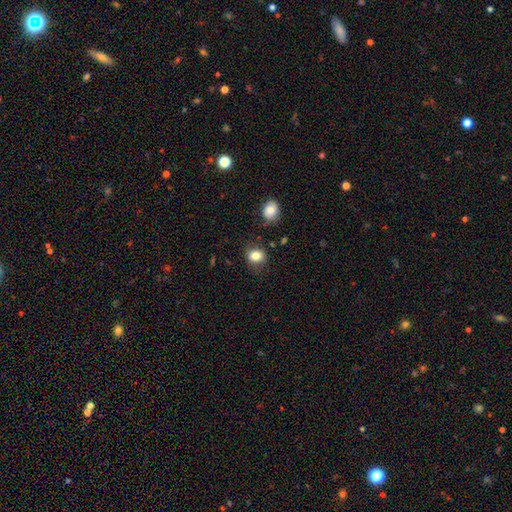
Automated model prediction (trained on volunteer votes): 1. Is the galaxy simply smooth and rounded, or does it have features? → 83% smooth, 10% star or artifact, 7% featured or disk.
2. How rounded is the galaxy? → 58% round, 41% in between, 1% cigar-shaped.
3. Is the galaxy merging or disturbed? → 78% none, 15% minor disturbance, 4% major disturbance, 3% merger.